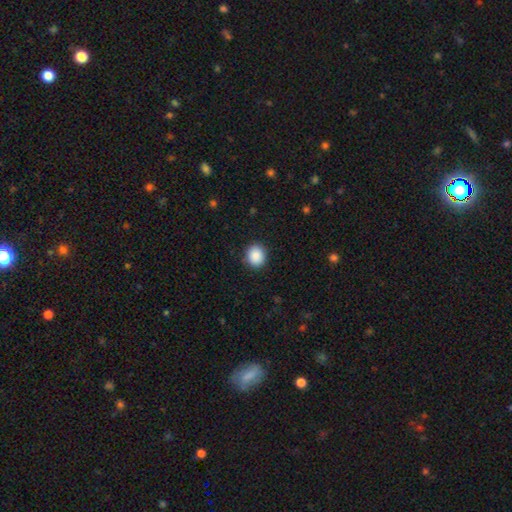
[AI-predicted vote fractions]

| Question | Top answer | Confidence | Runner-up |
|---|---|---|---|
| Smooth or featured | smooth | 89% | star or artifact (8%) |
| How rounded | round | 72% | in between (28%) |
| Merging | none | 90% | minor disturbance (7%) |